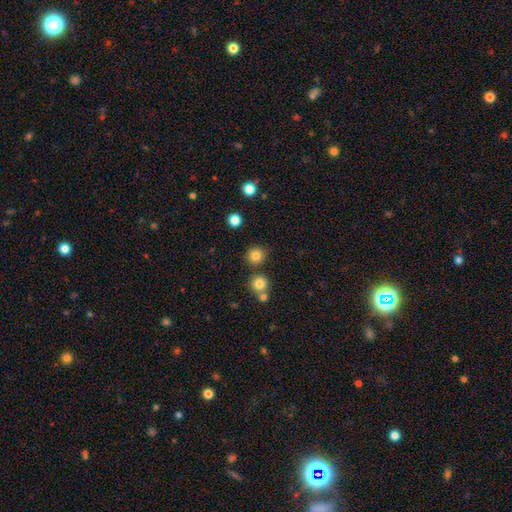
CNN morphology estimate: Overall: smooth (82%). How rounded: round (92%). Merging: none (83%).